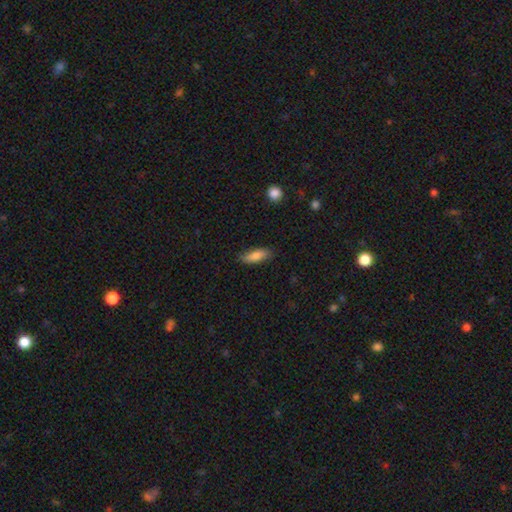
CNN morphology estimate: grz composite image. It shows a smooth galaxy with no disk features (82%) that is in between round and cigar-shaped (64%). Merging: none (81%).